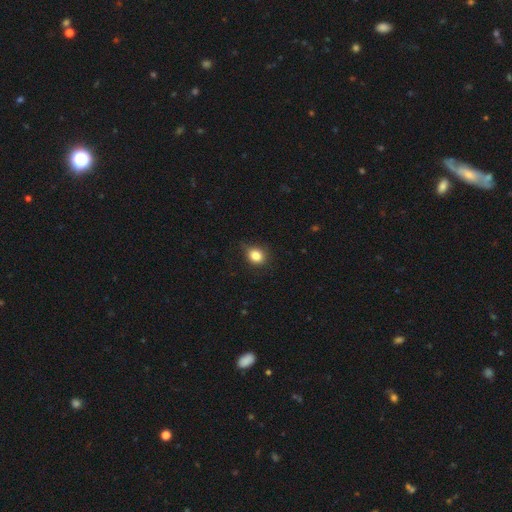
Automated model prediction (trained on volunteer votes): Smooth or featured?
  - smooth: 83% *
  - star or artifact: 11%
  - featured or disk: 6%
How rounded?
  - round: 64% *
  - in between: 35%
  - cigar-shaped: 1%
Merging?
  - none: 72% *
  - minor disturbance: 23%
  - major disturbance: 4%
  - merger: 1%